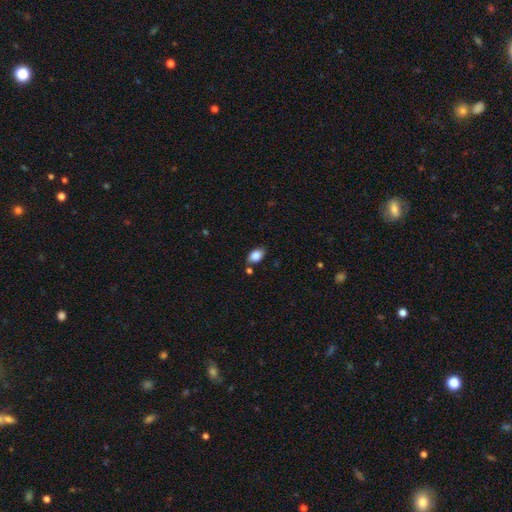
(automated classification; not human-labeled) Overall: smooth (85%). How rounded: in between (85%). Merging: none (74%).